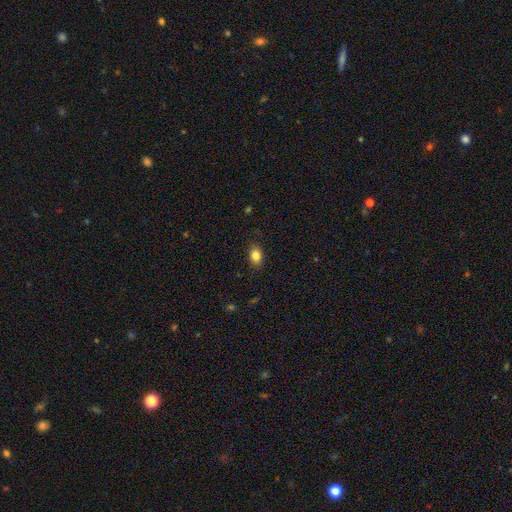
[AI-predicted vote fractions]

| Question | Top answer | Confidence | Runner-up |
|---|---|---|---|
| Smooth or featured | smooth | 85% | star or artifact (9%) |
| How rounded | in between | 71% | round (28%) |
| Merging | none | 87% | minor disturbance (10%) |